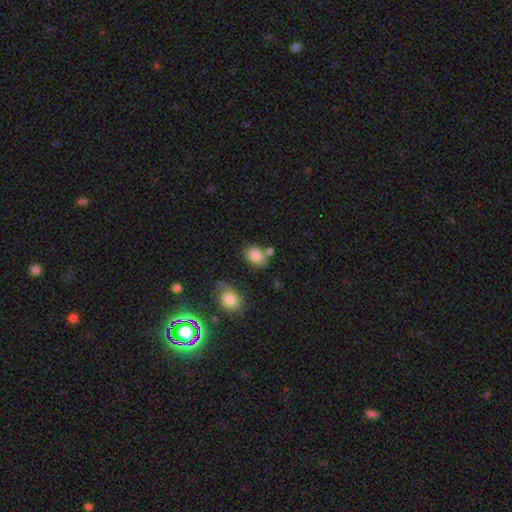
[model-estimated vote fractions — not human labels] Smooth or featured? smooth (84%)
How rounded? in between (76%)
Merging? none (65%)